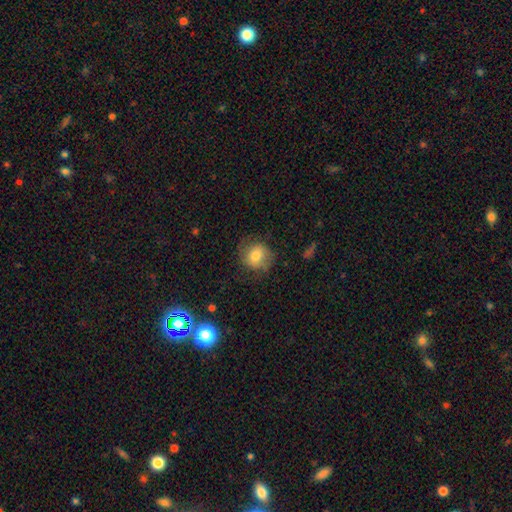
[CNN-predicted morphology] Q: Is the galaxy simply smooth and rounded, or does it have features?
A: smooth — 68%.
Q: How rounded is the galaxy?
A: round — 77%.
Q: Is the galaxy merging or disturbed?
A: none — 67%.